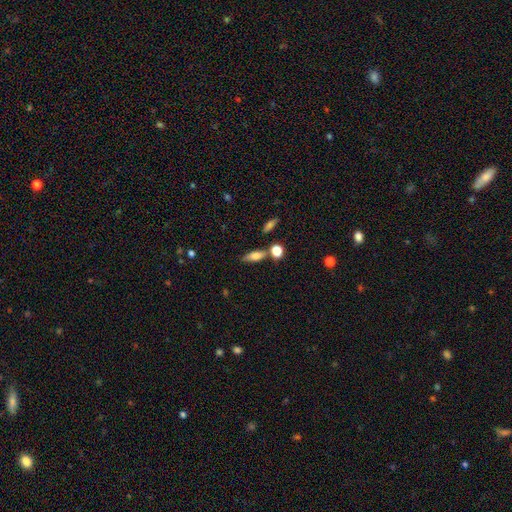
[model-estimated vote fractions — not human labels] Smooth or featured: smooth — 72% (featured or disk — 18%)
How rounded: in between — 64% (cigar-shaped — 29%)
Merging: none — 68% (merger — 14%)